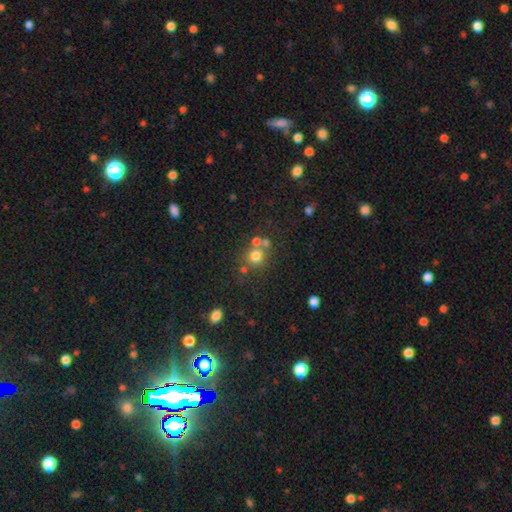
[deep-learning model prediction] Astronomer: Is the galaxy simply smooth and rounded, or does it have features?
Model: smooth — 72%.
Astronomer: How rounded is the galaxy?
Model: round — 88%.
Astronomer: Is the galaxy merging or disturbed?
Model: none — 60%.